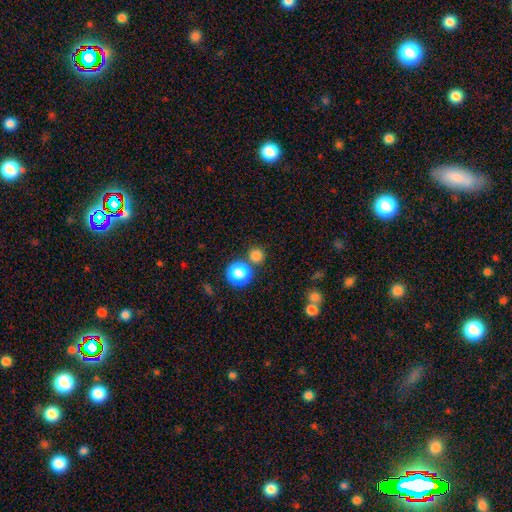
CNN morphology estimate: This is likely a smooth galaxy (79%). How rounded: clearly round (92%). Merging: likely none (72%).